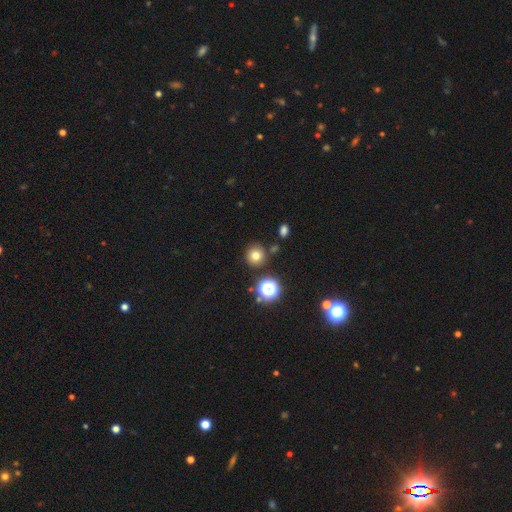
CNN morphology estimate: smooth 74%, star or artifact 18%, featured or disk 8%. Down the decision tree: how rounded — round (93%); merging — none (84%).